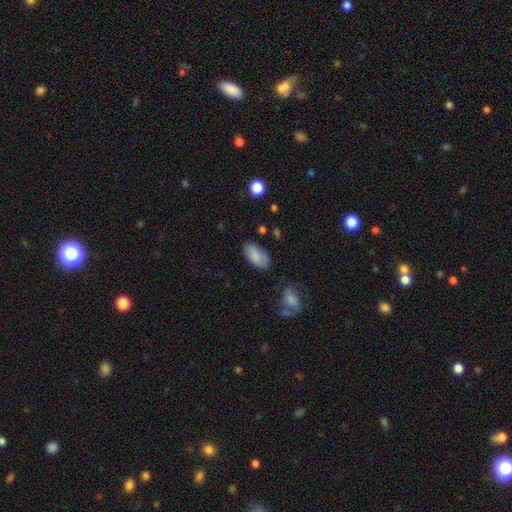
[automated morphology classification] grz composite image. It shows a smooth galaxy with no disk features (86%) that is in between round and cigar-shaped (94%). Merging: none (76%).